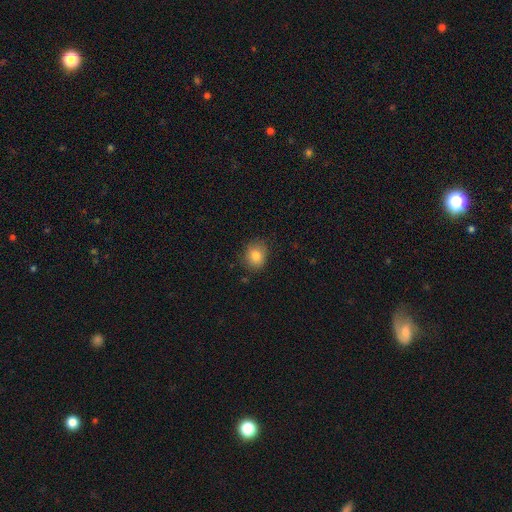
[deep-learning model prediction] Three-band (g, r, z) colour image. It shows a smooth galaxy with no disk features (82%) that is round (68%). Merging: none (80%).